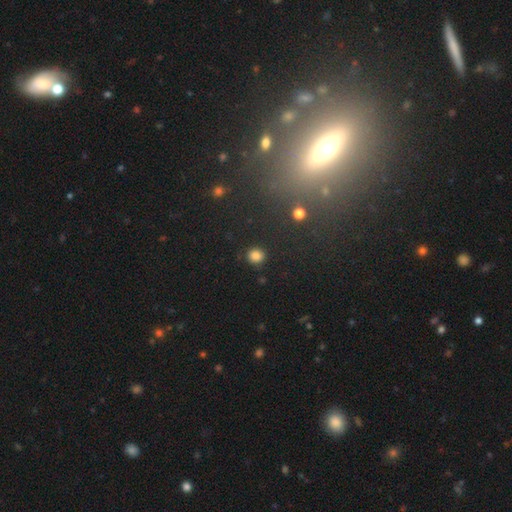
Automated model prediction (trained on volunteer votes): A smooth galaxy with no disk features (84%) that is round (84%).

Vote fractions:
- Smooth or featured? smooth: 84% / star or artifact: 12% / featured or disk: 4%
- How rounded? round: 84% / in between: 15% / cigar-shaped: 1%
- Merging? none: 89% / minor disturbance: 7% / major disturbance: 2% / merger: 2%